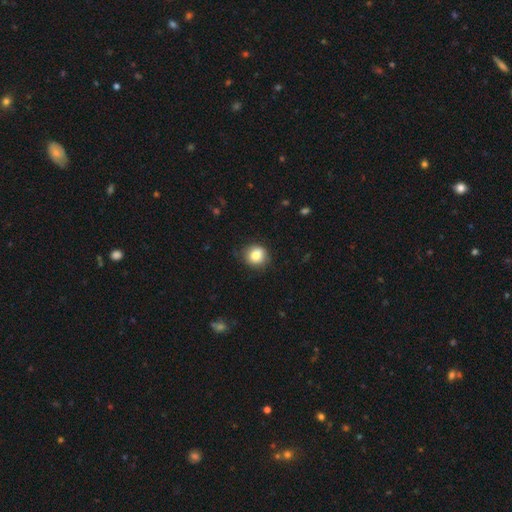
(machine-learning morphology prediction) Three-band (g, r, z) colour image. It shows a smooth galaxy with no disk features (81%) that is round (87%). Merging: none (79%).